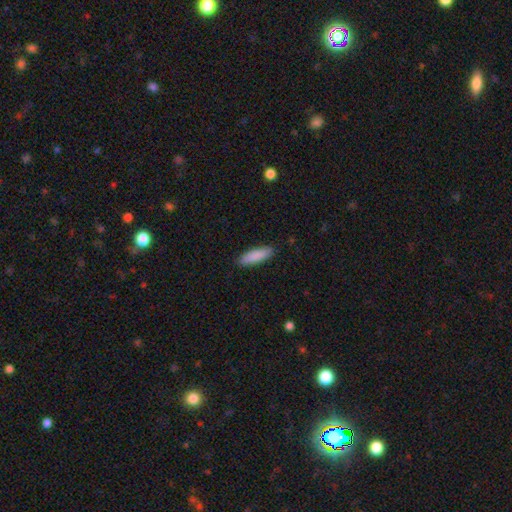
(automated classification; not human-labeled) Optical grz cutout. It shows a smooth galaxy with no disk features (88%) that is cigar-shaped (56%). Merging: none (89%).